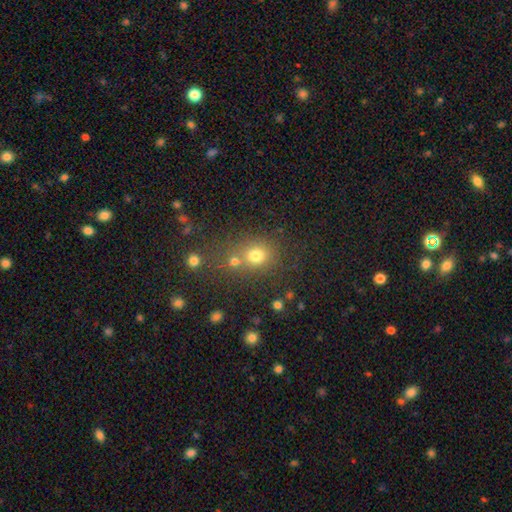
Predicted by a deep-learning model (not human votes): A smooth galaxy with no disk features (71%) that is round (75%). Merging: none (59%).